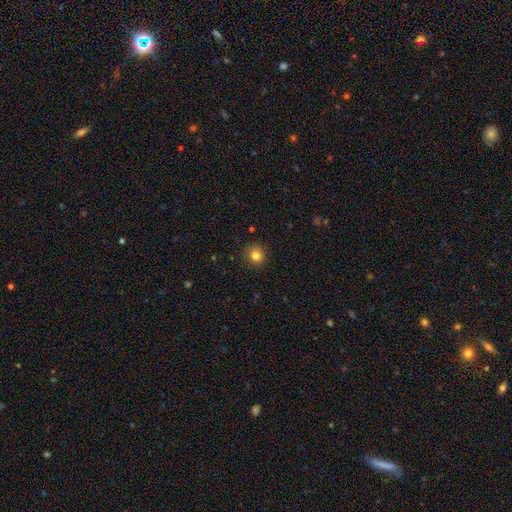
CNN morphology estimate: smooth 82%, star or artifact 12%, featured or disk 6%. Down the decision tree: how rounded — round (92%); merging — none (89%).